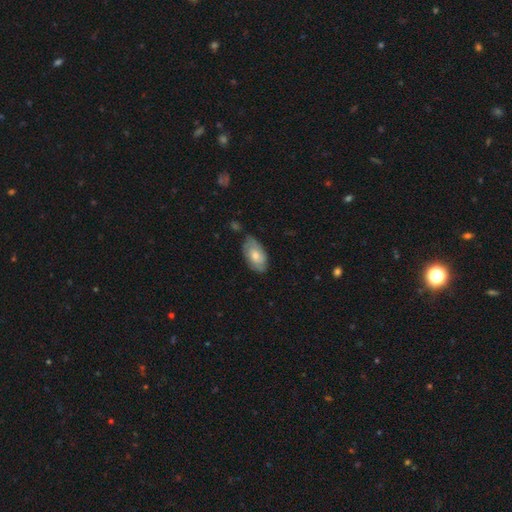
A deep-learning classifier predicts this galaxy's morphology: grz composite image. It shows a smooth galaxy with no disk features (53%) that is in between round and cigar-shaped (93%). Merging: none (65%).